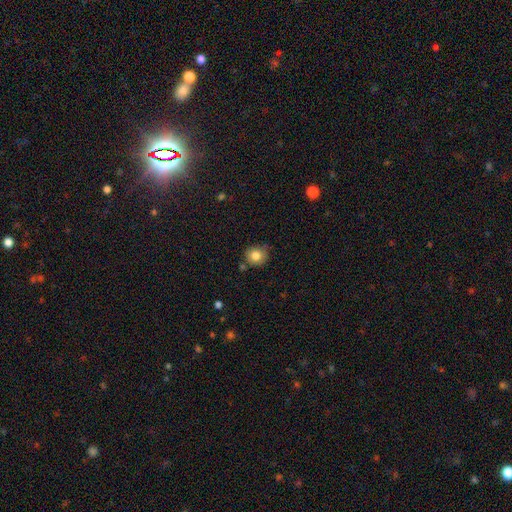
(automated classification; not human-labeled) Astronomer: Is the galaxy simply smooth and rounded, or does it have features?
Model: smooth — 81%.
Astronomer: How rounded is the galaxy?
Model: round — 85%.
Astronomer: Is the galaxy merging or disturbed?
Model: none — 74%.